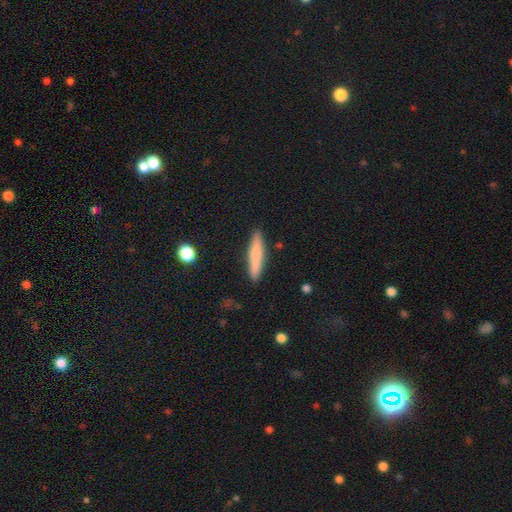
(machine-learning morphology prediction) smooth 74%, featured or disk 20%, star or artifact 6%. Down the decision tree: how rounded — cigar-shaped (90%); merging — none (89%).